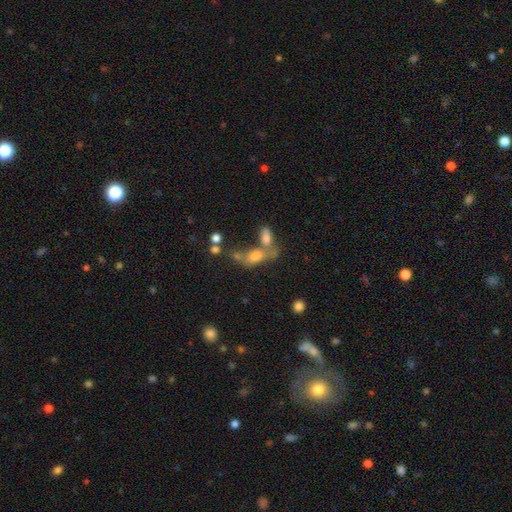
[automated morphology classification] This appears to be a smooth galaxy with no disk features (58%) that is in between round and cigar-shaped (70%). Merging: merger (48%).